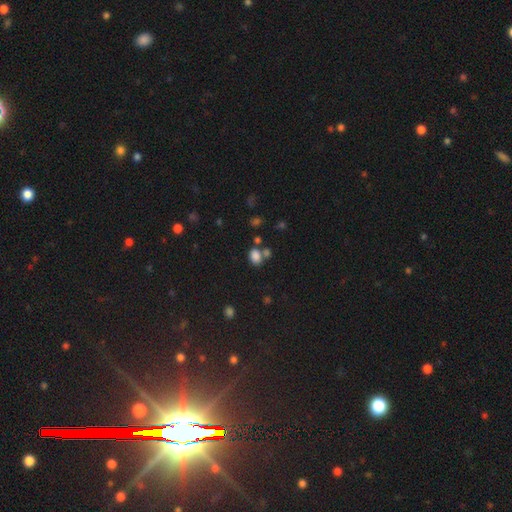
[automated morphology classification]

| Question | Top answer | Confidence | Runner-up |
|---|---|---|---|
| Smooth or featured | smooth | 81% | star or artifact (13%) |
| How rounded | in between | 66% | round (33%) |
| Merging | none | 55% | merger (27%) |